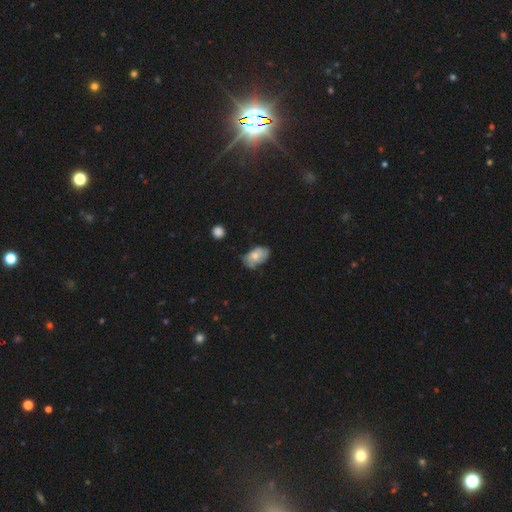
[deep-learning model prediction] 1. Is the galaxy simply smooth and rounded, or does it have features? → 60% smooth, 33% featured or disk, 8% star or artifact.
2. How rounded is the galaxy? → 89% in between, 10% round, 2% cigar-shaped.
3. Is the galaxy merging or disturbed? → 53% none, 35% minor disturbance, 9% major disturbance, 3% merger.